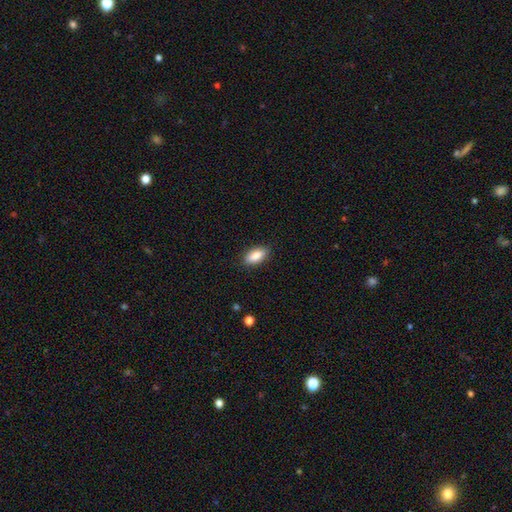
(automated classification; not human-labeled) This is clearly a smooth galaxy (87%). How rounded: clearly in between (89%). Merging: clearly none (87%).